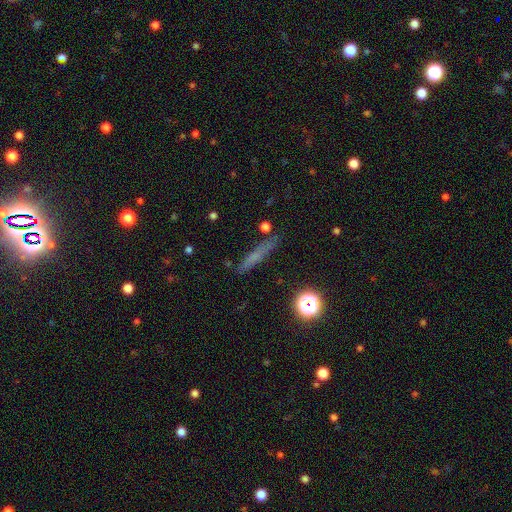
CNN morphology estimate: Overall: smooth (51%; featured or disk 30%). How rounded: cigar-shaped (87%). Merging: none (82%).